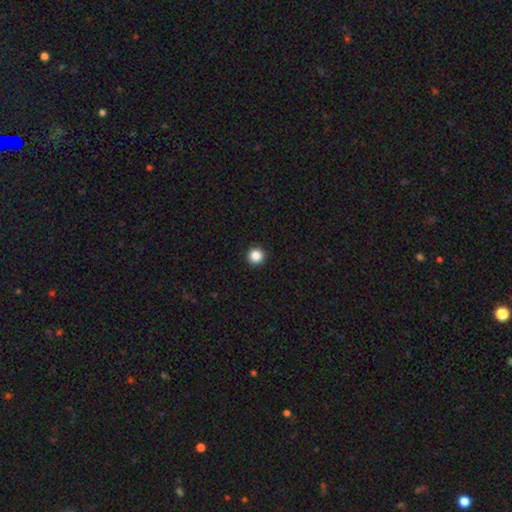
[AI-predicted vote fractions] smooth-or-featured: smooth: 87% | star or artifact: 10% | featured or disk: 3%
  how-rounded: round: 96% | in between: 3% | cigar-shaped: 1%
  merging: none: 94% | minor disturbance: 4% | major disturbance: 1% | merger: 1%